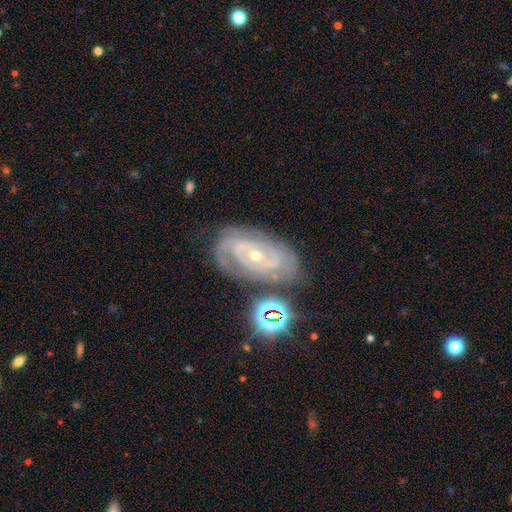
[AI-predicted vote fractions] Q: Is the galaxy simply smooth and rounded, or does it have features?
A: featured or disk — 87%.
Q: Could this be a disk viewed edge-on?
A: no — 96%.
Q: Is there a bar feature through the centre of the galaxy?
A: no — 56%.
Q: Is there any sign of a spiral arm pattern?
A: yes — 97%.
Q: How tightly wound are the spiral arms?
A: tight — 70%.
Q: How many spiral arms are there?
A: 2 — 48%.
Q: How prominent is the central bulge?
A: small — 66%.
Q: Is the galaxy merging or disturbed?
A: none — 71%.